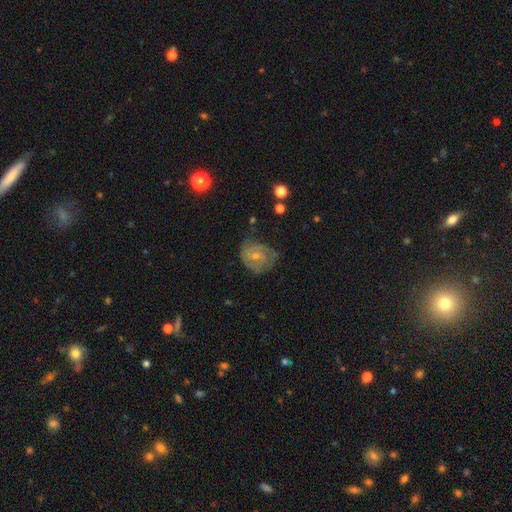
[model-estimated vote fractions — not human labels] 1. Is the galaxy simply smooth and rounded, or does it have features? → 74% featured or disk, 19% smooth, 7% star or artifact.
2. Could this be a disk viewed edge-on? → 98% no, 2% yes.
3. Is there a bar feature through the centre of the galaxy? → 55% no, 39% weak, 7% strong.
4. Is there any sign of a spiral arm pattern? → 90% yes, 10% no.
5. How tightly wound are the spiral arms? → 57% tight, 34% medium, 9% loose.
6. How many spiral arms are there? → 41% 2, 28% can't tell, 18% 3, 5% 1, 4% 4, 3% more than 4.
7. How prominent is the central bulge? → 63% small, 31% moderate, 4% none, 1% large, 1% dominant.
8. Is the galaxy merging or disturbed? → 57% none, 28% minor disturbance, 13% major disturbance, 2% merger.